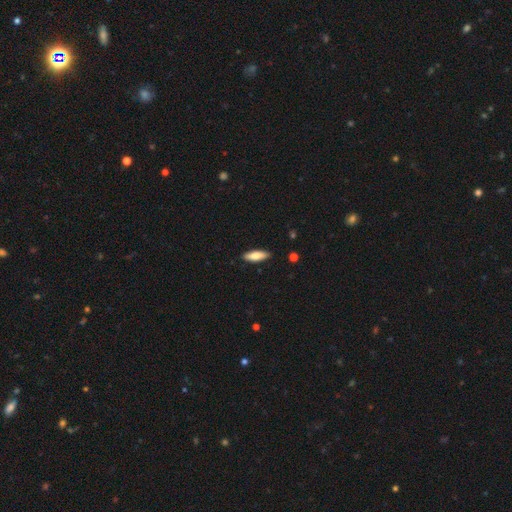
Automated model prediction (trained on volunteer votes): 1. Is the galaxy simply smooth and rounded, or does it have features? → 80% smooth, 14% featured or disk, 6% star or artifact.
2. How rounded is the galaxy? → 54% in between, 44% cigar-shaped, 2% round.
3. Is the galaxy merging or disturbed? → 88% none, 10% minor disturbance, 2% major disturbance, 1% merger.